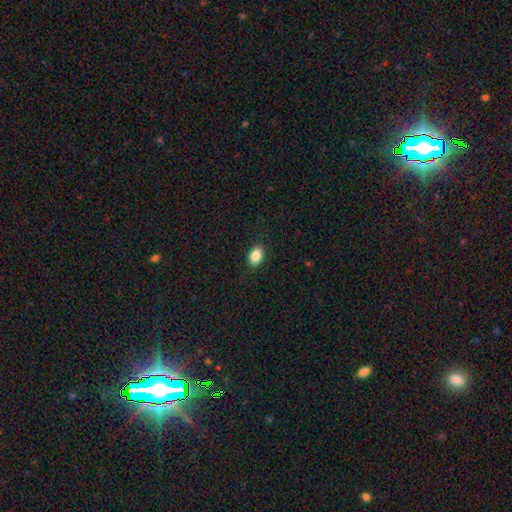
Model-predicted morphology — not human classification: This is clearly a smooth galaxy (86%). How rounded: clearly in between (86%). Merging: clearly none (88%).